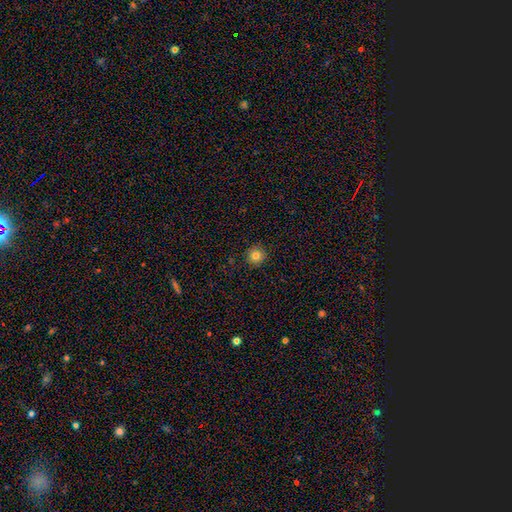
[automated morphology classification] This is clearly a smooth galaxy (81%). How rounded: clearly round (94%). Merging: clearly none (91%).